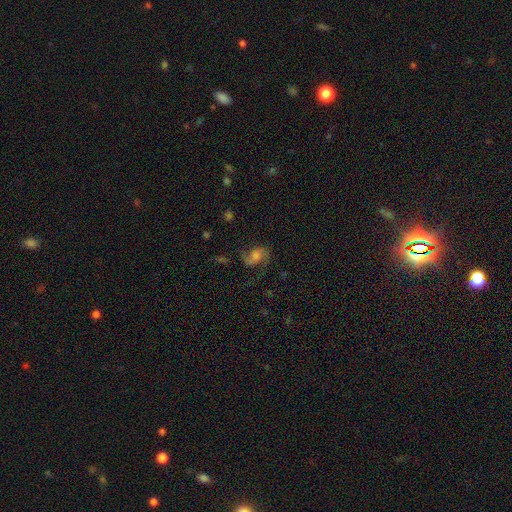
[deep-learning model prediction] Morphology: type=featured or disk (74%); edge-on=no (97%); bar=no (54%); spiral arms=yes (95%); winding=medium (47%); arm count=2 (87%); bulge=moderate (42%); merging=none (67%).